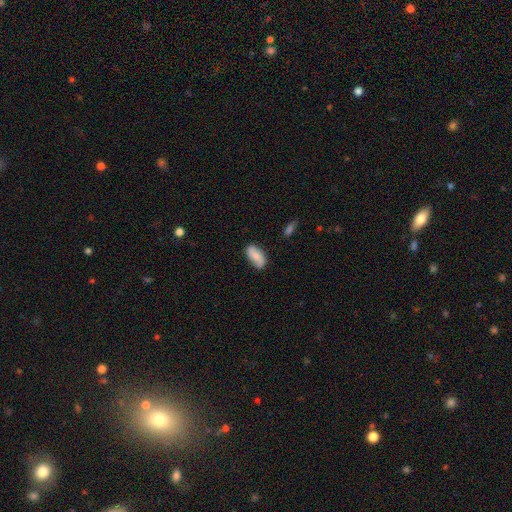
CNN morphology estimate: A smooth galaxy with no disk features (62%) that is in between round and cigar-shaped (91%). Merging: none (77%).